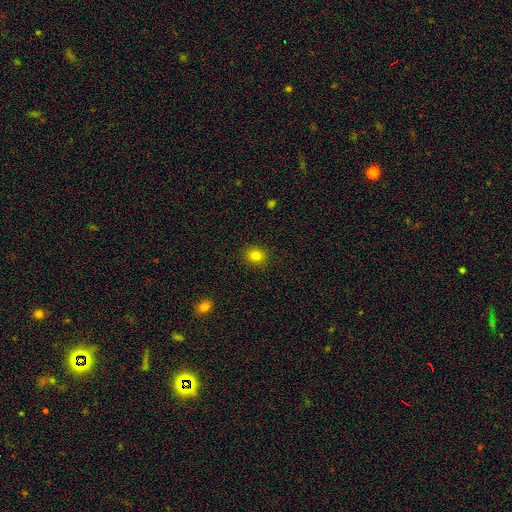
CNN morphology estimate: Q: Smooth or featured?
A: smooth (81%); runner-up: star or artifact (12%)
Q: How rounded?
A: round (67%); runner-up: in between (32%)
Q: Merging?
A: none (90%); runner-up: minor disturbance (7%)